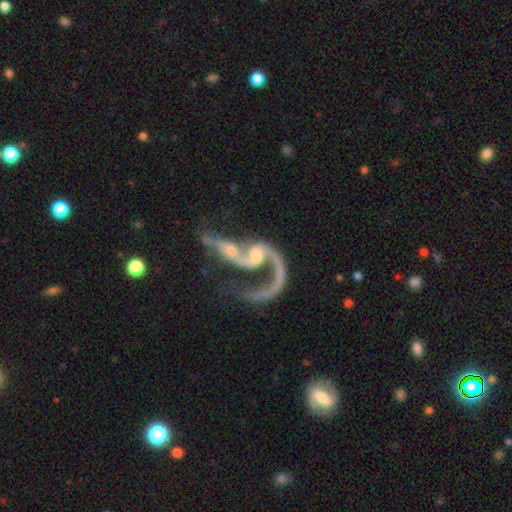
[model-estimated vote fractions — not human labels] Smooth or featured?
  - featured or disk: 86% *
  - smooth: 8%
  - star or artifact: 6%
Edge-on disk?
  - no: 97% *
  - yes: 3%
Bar?
  - no: 58% *
  - weak: 31%
  - strong: 11%
Spiral arms?
  - yes: 90% *
  - no: 10%
Spiral winding?
  - loose: 74% *
  - medium: 21%
  - tight: 5%
Spiral arm count?
  - 2: 56% *
  - 1: 35%
  - can't tell: 4%
  - 3: 2%
  - 4: 1%
  - more than 4: 1%
Bulge size?
  - small: 45% *
  - moderate: 38%
  - none: 11%
  - large: 4%
  - dominant: 2%
Merging?
  - merger: 48% *
  - major disturbance: 24%
  - none: 20%
  - minor disturbance: 8%